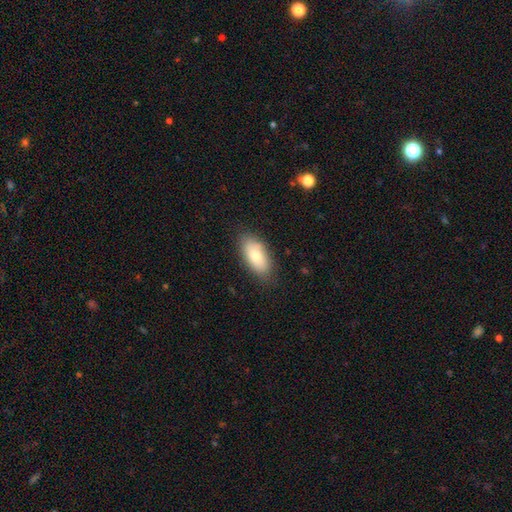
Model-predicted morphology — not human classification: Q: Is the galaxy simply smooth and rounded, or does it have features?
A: smooth — 75%.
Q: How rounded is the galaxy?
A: in between — 89%.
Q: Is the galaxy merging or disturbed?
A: none — 82%.